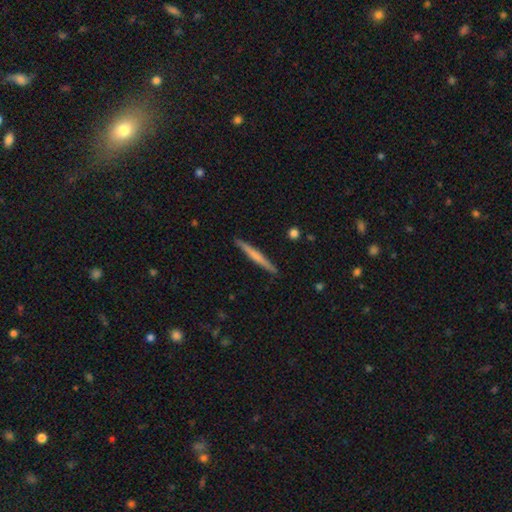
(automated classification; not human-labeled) A smooth galaxy with no disk features (49%). Merging: none (91%).